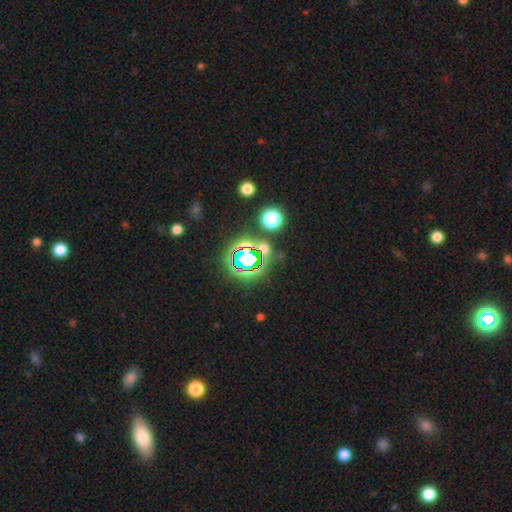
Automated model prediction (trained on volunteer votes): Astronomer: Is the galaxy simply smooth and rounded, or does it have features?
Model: star or artifact — 78%.